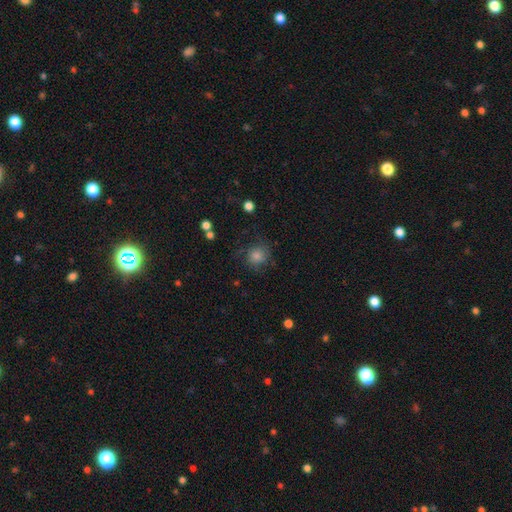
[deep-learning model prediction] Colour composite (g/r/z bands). It shows a smooth galaxy with no disk features (59%) that is round (86%). Merging: none (67%).